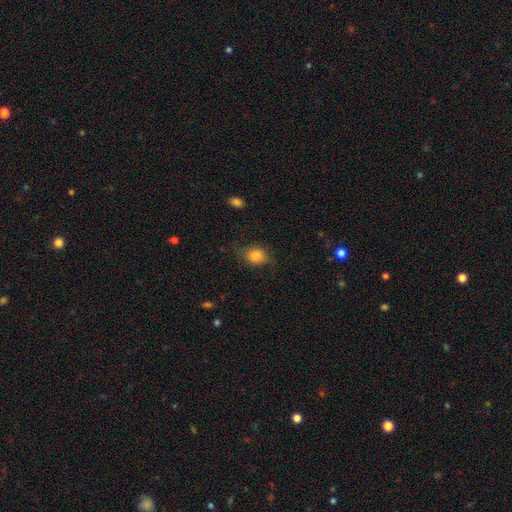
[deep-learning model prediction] A smooth galaxy with no disk features (81%) that is round (57%). Merging: none (70%).